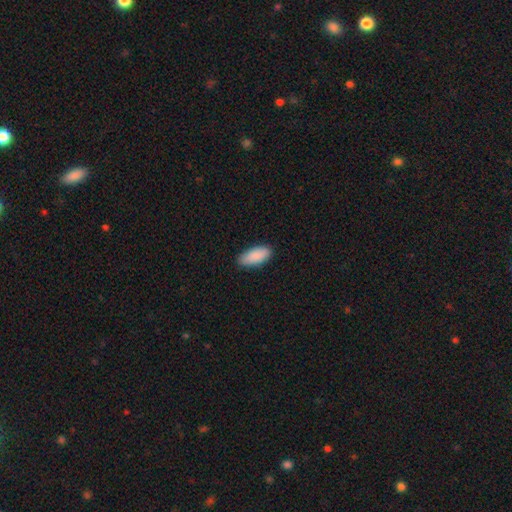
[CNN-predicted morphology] A smooth galaxy with no disk features (91%) that is in between round and cigar-shaped (85%).

Vote fractions:
- Smooth or featured? smooth: 91% / star or artifact: 5% / featured or disk: 4%
- How rounded? in between: 85% / cigar-shaped: 13% / round: 2%
- Merging? none: 87% / minor disturbance: 11% / major disturbance: 2% / merger: 1%